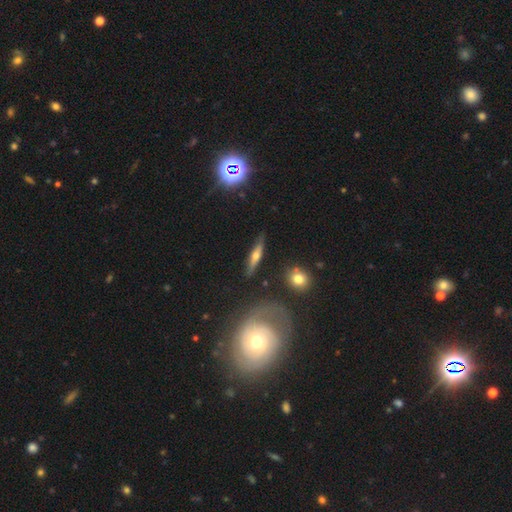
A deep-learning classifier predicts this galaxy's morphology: smooth-or-featured: featured or disk: 58% | smooth: 34% | star or artifact: 8%
  disk-edge-on: yes: 89% | no: 11%
    edge-on-bulge: rounded: 84% | none: 9% | boxy: 7%
  merging: none: 82% | minor disturbance: 12% | major disturbance: 3% | merger: 3%